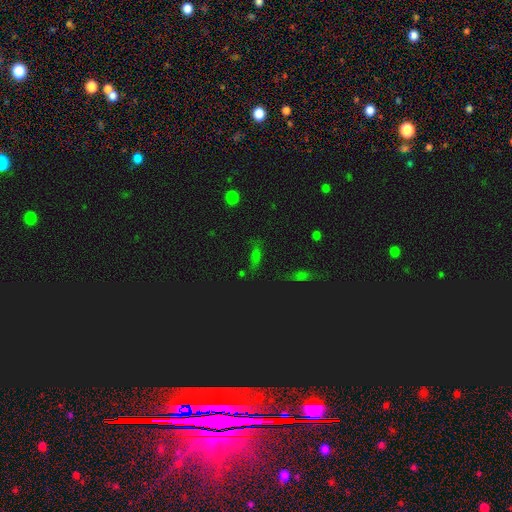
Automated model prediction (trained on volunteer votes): Morphology: type=smooth (49%); merging=none (67%).